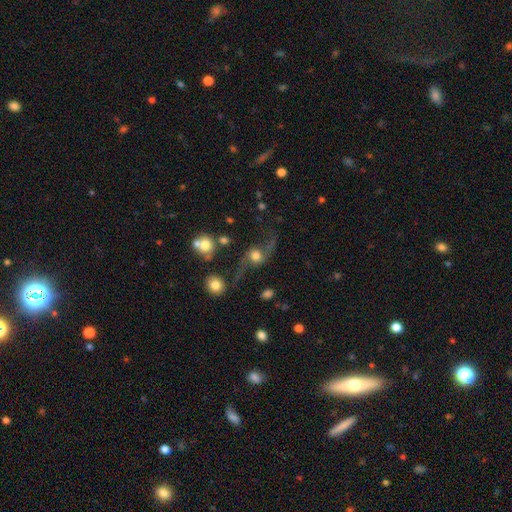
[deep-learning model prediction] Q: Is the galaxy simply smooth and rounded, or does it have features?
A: featured or disk — 61%.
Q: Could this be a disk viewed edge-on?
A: no — 92%.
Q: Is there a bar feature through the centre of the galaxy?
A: no — 68%.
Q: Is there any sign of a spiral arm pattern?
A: yes — 87%.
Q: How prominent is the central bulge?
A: moderate — 46%.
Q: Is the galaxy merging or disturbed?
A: none — 55%.